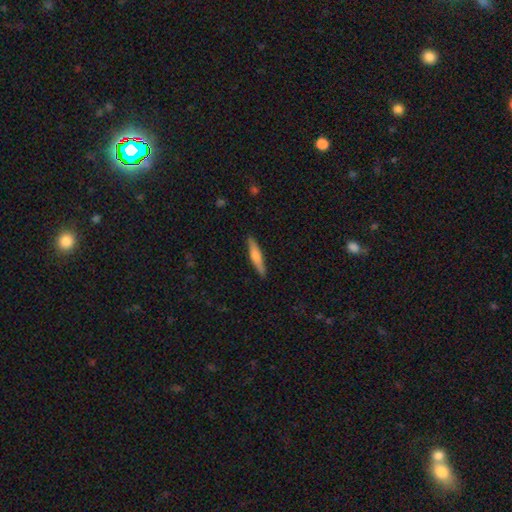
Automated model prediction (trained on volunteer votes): This is possibly a smooth galaxy (60%). How rounded: clearly cigar-shaped (88%). Merging: clearly none (89%).